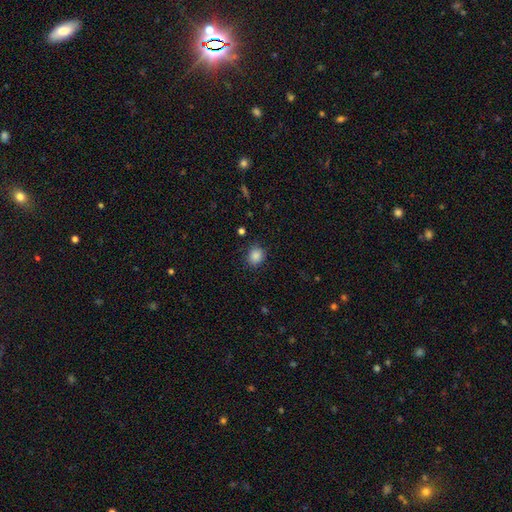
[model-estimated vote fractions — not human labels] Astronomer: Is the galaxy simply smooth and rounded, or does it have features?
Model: smooth — 86%.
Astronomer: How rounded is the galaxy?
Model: round — 75%.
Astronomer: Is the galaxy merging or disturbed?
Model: none — 84%.